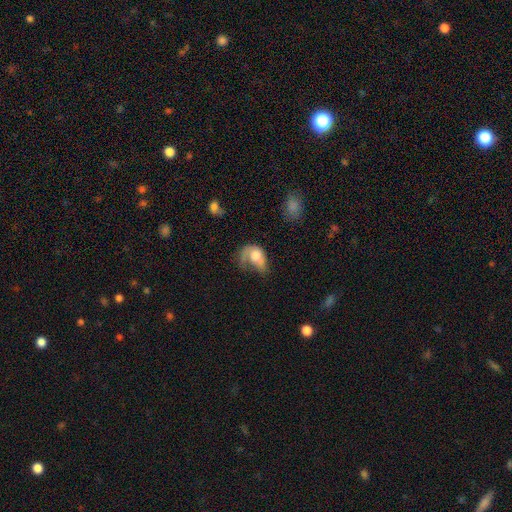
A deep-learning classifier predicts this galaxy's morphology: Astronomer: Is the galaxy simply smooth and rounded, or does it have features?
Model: smooth — 52% (runner-up: featured or disk, 40%).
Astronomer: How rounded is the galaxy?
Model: in between — 71%.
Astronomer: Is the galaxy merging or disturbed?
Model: major disturbance — 52%.